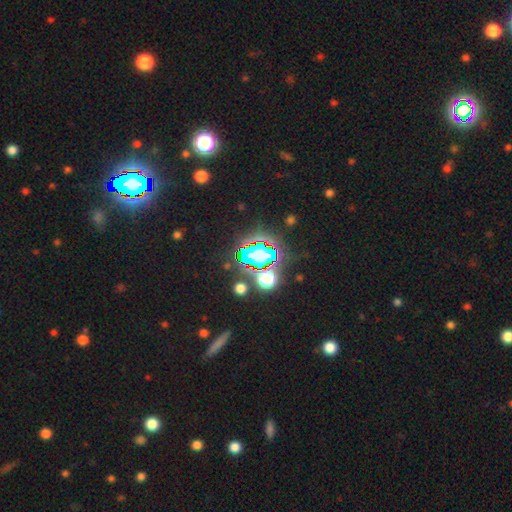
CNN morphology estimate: Smooth or featured?
  - star or artifact: 80% *
  - smooth: 12%
  - featured or disk: 8%